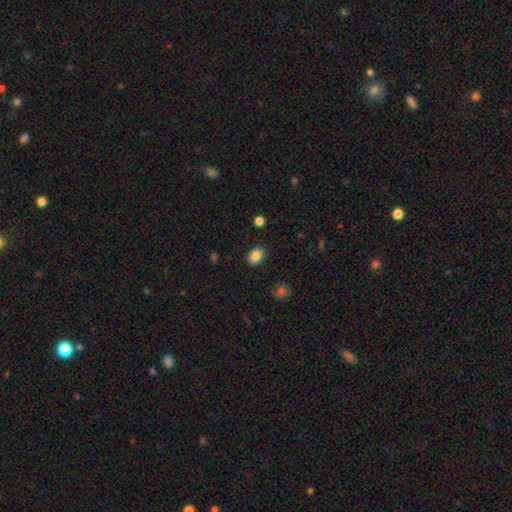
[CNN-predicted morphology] smooth_or_featured: smooth (p=0.86) [alt: star or artifact p=0.09]
how_rounded: in between (p=0.68) [alt: round p=0.31]
merging: none (p=0.86) [alt: minor disturbance p=0.11]